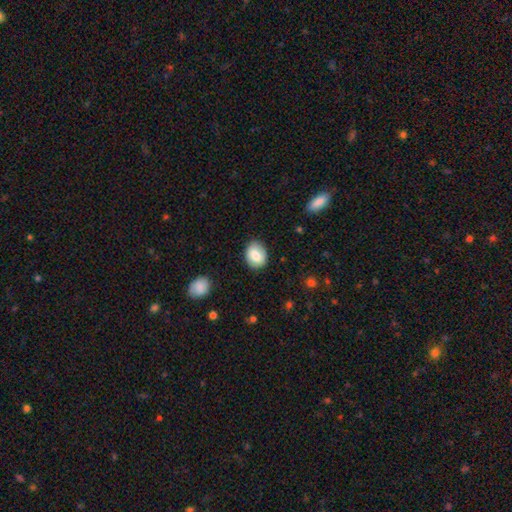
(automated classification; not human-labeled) A smooth galaxy with no disk features (80%) that is in between round and cigar-shaped (65%).

Vote fractions:
- Smooth or featured? smooth: 80% / featured or disk: 12% / star or artifact: 7%
- How rounded? in between: 65% / round: 34% / cigar-shaped: 1%
- Merging? none: 85% / minor disturbance: 11% / major disturbance: 3% / merger: 1%